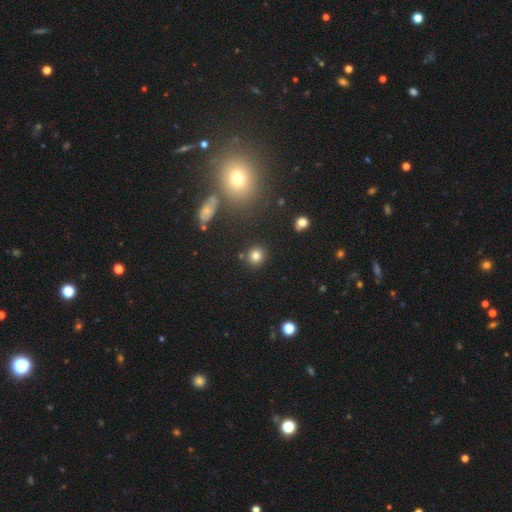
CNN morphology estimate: smooth-or-featured: smooth: 81% | star or artifact: 12% | featured or disk: 6%
  how-rounded: round: 86% | in between: 13% | cigar-shaped: 1%
  merging: none: 86% | minor disturbance: 7% | merger: 4% | major disturbance: 2%